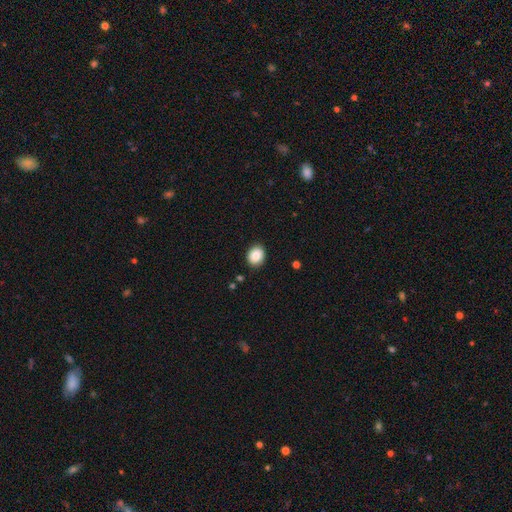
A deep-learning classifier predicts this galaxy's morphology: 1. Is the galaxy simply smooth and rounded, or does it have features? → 85% smooth, 8% star or artifact, 6% featured or disk.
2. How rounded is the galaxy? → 58% round, 42% in between, 1% cigar-shaped.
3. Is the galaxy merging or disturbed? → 87% none, 9% minor disturbance, 2% major disturbance, 1% merger.